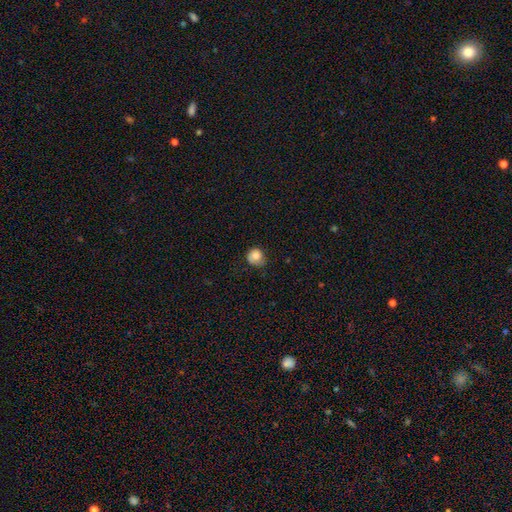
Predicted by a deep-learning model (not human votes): Overall: smooth (79%). How rounded: round (80%). Merging: none (57%; minor disturbance 32%).